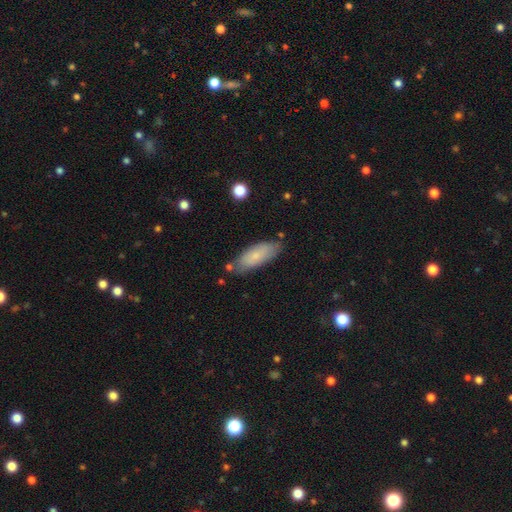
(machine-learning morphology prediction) Q: Smooth or featured?
A: smooth (73%); runner-up: featured or disk (20%)
Q: How rounded?
A: in between (73%); runner-up: cigar-shaped (25%)
Q: Merging?
A: none (74%); runner-up: minor disturbance (18%)